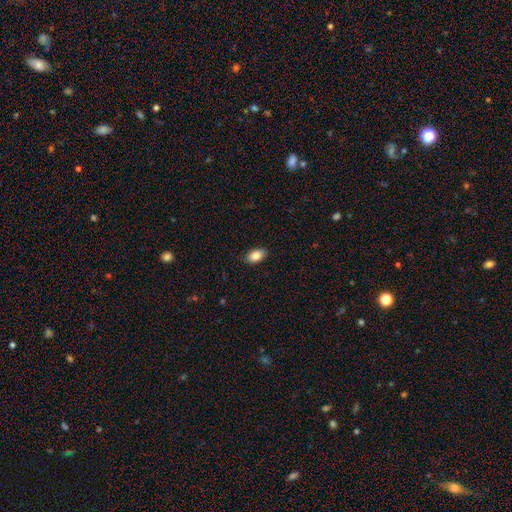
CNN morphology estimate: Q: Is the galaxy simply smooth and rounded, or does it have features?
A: smooth — 86%.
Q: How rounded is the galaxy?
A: in between — 90%.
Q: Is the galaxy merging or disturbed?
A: none — 87%.